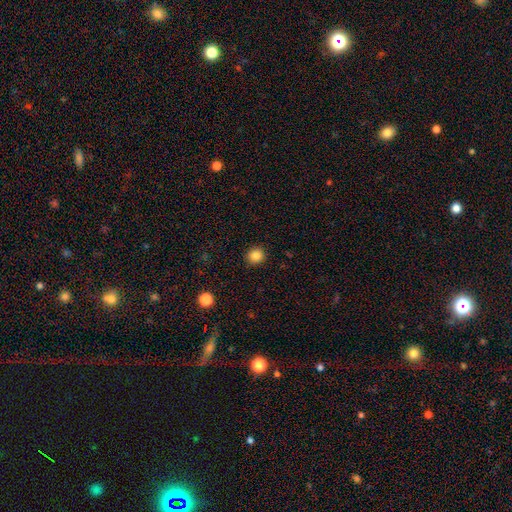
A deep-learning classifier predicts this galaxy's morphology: smooth_or_featured: smooth (p=0.85) [alt: star or artifact p=0.11]
how_rounded: round (p=0.90) [alt: in between p=0.09]
merging: none (p=0.92) [alt: minor disturbance p=0.05]